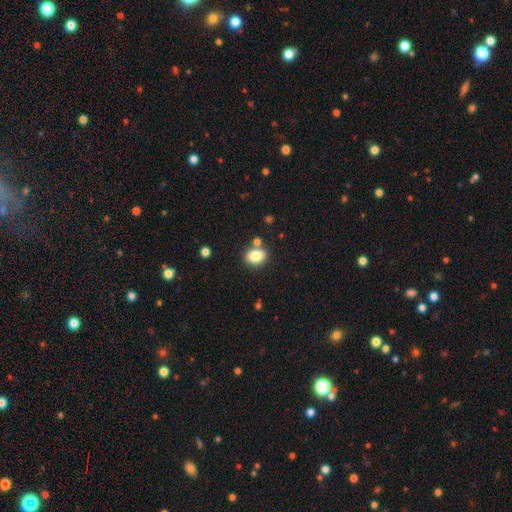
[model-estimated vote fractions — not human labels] smooth_or_featured: smooth (p=0.83) [alt: star or artifact p=0.10]
how_rounded: in between (p=0.62) [alt: round p=0.37]
merging: none (p=0.74) [alt: merger p=0.12]